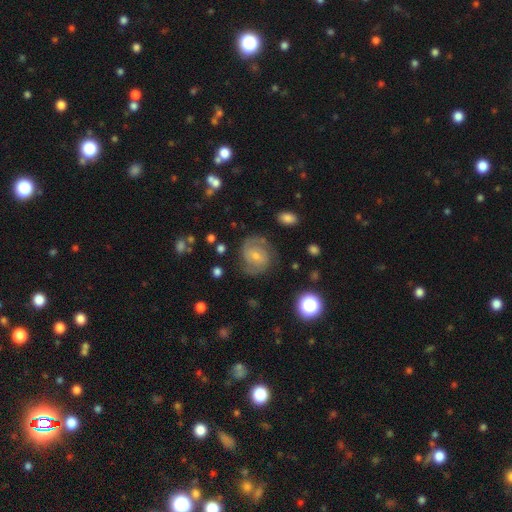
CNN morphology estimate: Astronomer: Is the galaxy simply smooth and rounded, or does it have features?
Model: featured or disk — 74%.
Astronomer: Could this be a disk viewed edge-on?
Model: no — 98%.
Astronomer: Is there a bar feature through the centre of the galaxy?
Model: weak — 48% (runner-up: no, 40%).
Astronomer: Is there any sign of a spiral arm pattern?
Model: yes — 92%.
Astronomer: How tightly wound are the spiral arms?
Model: medium — 46% (runner-up: tight, 42%).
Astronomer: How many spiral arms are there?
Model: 2 — 80%.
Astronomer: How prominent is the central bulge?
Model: small — 53% (runner-up: moderate, 40%).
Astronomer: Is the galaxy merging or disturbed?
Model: none — 75%.